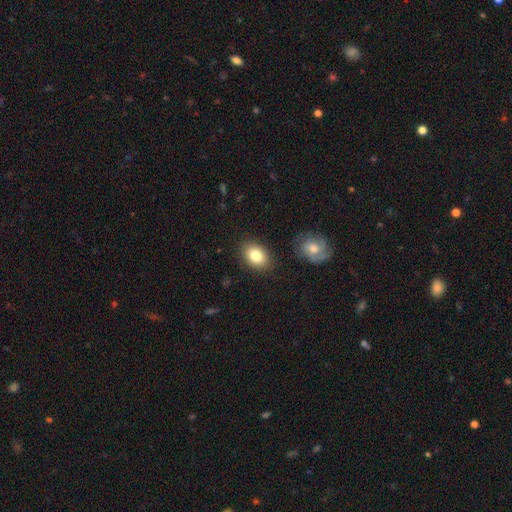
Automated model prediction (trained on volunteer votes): The model was most divided on "how rounded": in between: 77%, round: 22%, cigar-shaped: 1%. More confident: merging — none (85%); smooth or featured — smooth (82%).